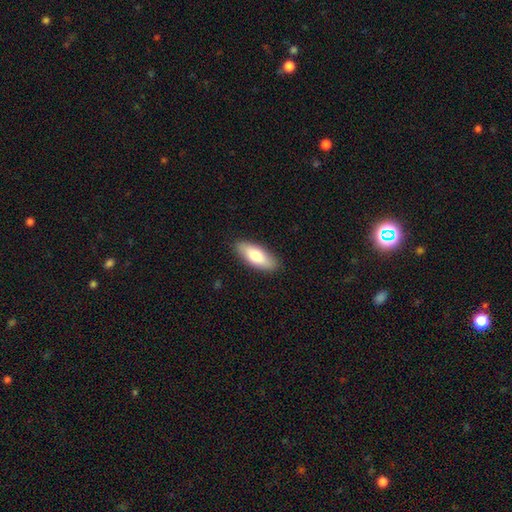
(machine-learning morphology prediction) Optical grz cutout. It shows a smooth galaxy with no disk features (77%) that is in between round and cigar-shaped (75%). Merging: none (88%).